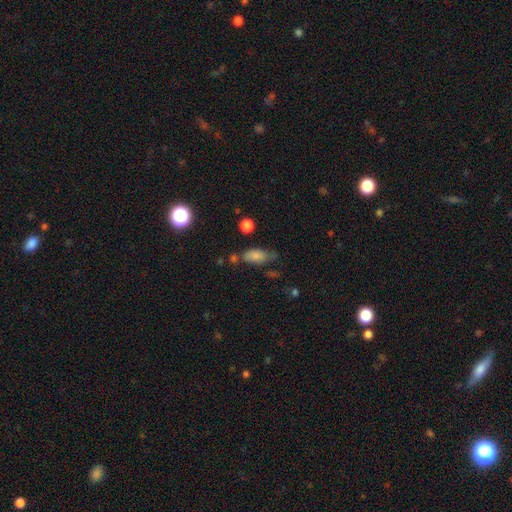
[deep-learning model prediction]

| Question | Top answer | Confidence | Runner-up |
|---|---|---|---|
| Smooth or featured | smooth | 81% | star or artifact (10%) |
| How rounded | in between | 84% | cigar-shaped (12%) |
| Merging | none | 52% | minor disturbance (29%) |